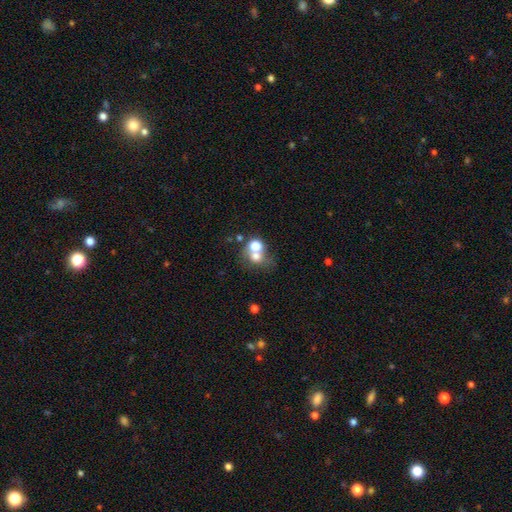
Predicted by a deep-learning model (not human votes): Q: Smooth or featured?
A: smooth (65%); runner-up: featured or disk (19%)
Q: How rounded?
A: round (71%); runner-up: in between (28%)
Q: Merging?
A: merger (52%); runner-up: none (34%)